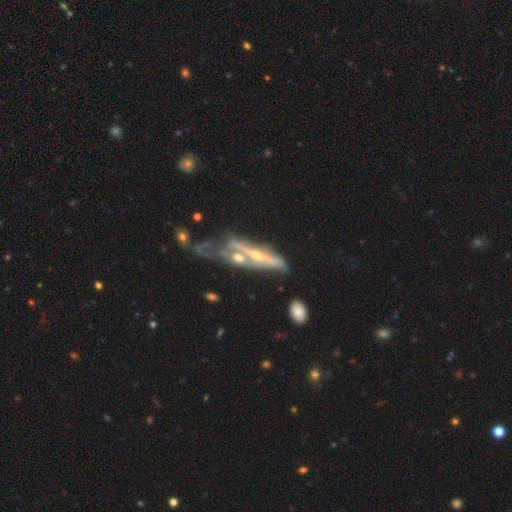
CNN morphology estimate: This is likely a featured or disk galaxy (73%). It is possibly viewed edge-on (54%). Merging: marginally merger (33%).